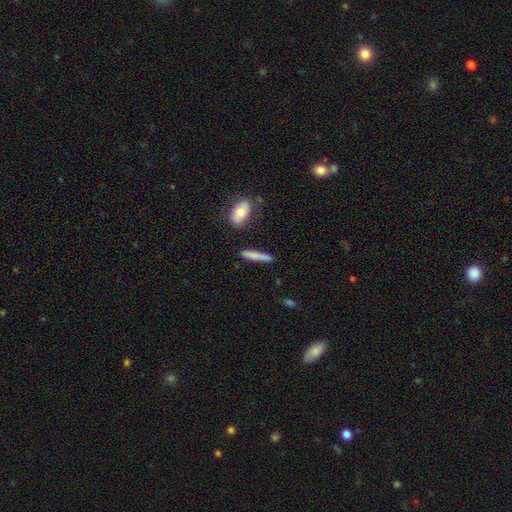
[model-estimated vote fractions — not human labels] Smooth or featured? smooth (74%)
How rounded? cigar-shaped (89%)
Merging? none (84%)